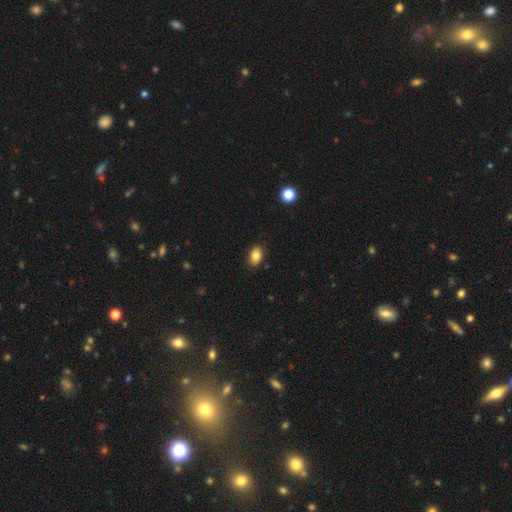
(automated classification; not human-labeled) Overall: smooth (84%). How rounded: in between (85%). Merging: none (87%).